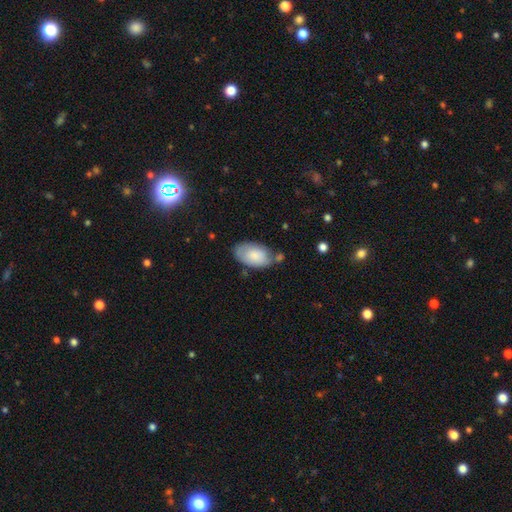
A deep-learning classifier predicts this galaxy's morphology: This is clearly a smooth galaxy (81%). How rounded: clearly in between (94%). Merging: possibly none (59%).